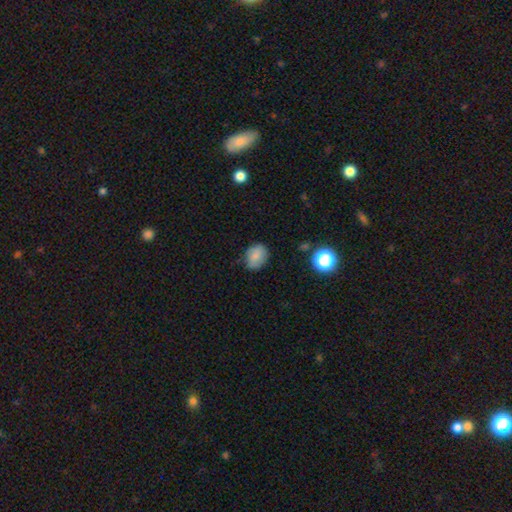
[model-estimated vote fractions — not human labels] Smooth or featured? Predicted: smooth (p=0.76). How rounded? Predicted: in between (p=0.58). Merging? Predicted: none (p=0.73).